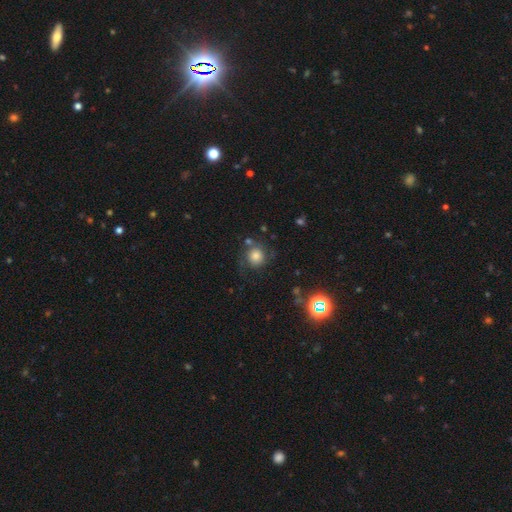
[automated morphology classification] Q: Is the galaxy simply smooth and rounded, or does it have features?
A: smooth — 68%.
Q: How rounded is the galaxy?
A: round — 87%.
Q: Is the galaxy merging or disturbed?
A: none — 65%.